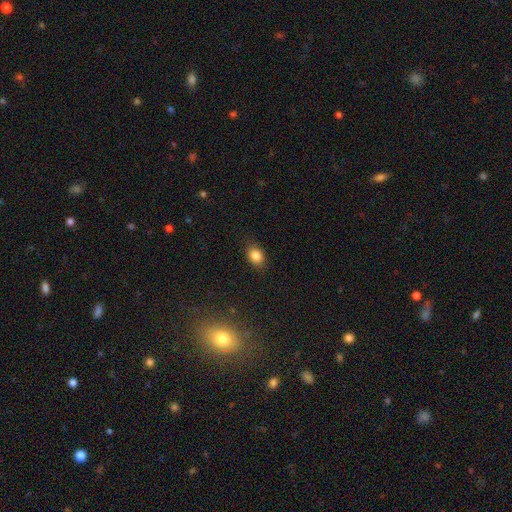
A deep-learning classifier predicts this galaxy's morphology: type=smooth (84%); roundness=in between (65%); merging=none (83%).